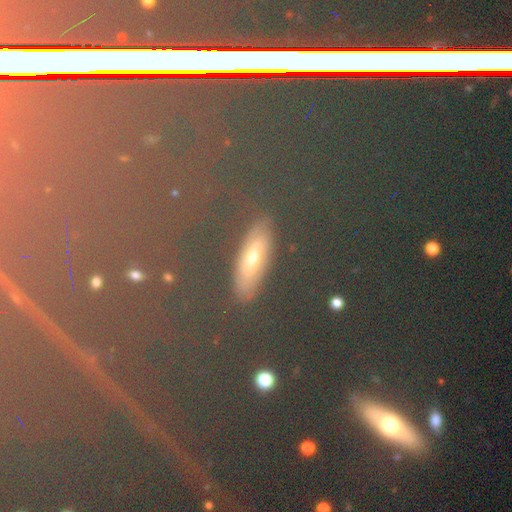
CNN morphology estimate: type=star or artifact (51%).